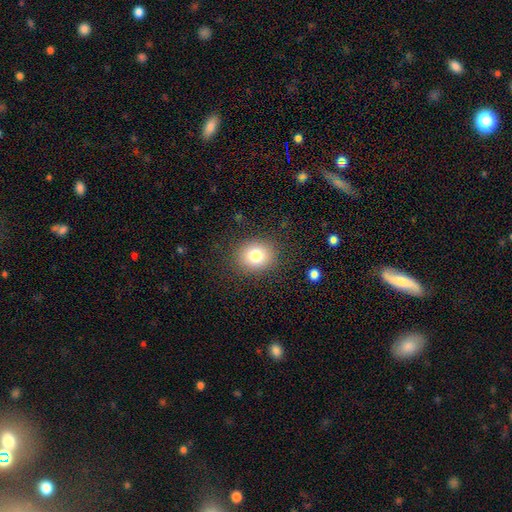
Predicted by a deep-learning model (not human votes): This is likely a smooth galaxy (79%). How rounded: likely round (74%). Merging: clearly none (86%).